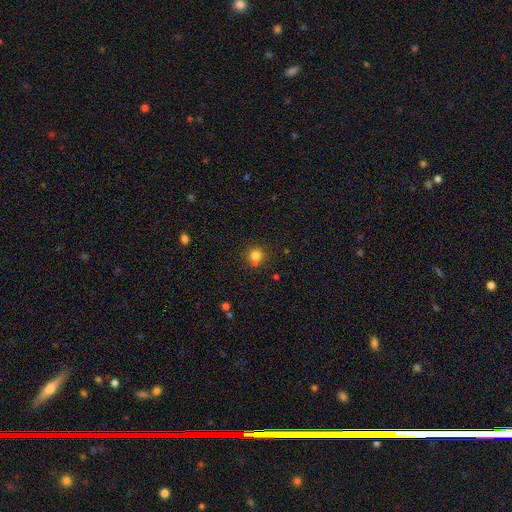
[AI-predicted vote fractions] This is clearly a smooth galaxy (80%). How rounded: clearly round (92%). Merging: likely none (76%).